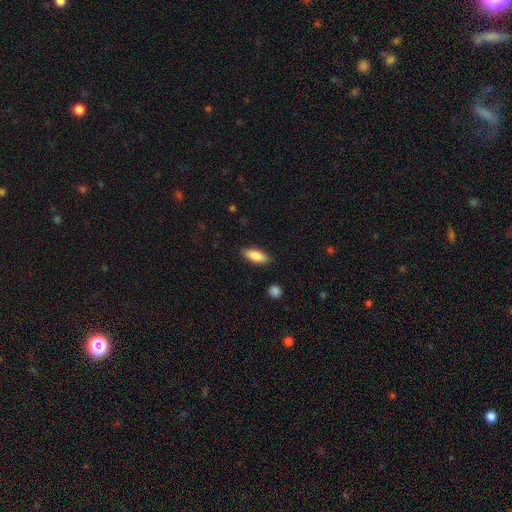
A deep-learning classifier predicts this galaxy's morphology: Smooth or featured: smooth — 86% (featured or disk — 8%)
How rounded: in between — 75% (cigar-shaped — 23%)
Merging: none — 87% (minor disturbance — 10%)